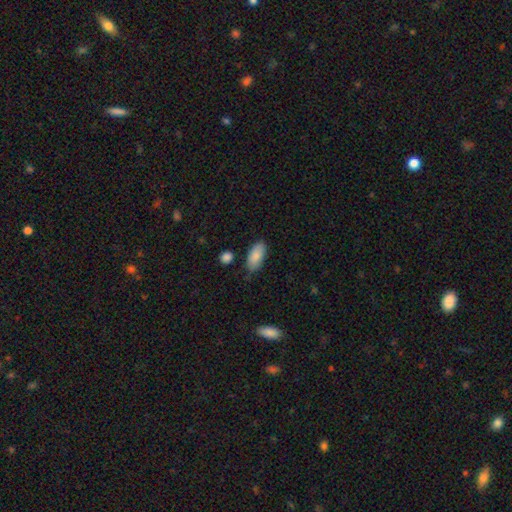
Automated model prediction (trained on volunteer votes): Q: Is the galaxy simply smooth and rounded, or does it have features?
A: smooth — 85%.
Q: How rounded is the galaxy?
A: in between — 91%.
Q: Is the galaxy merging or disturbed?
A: none — 75%.